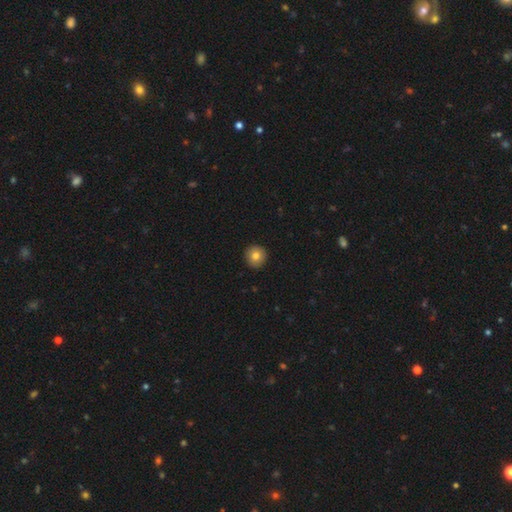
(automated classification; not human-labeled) smooth_or_featured: smooth (p=0.80) [alt: featured or disk p=0.11]
how_rounded: round (p=0.95) [alt: in between p=0.04]
merging: none (p=0.93) [alt: minor disturbance p=0.05]